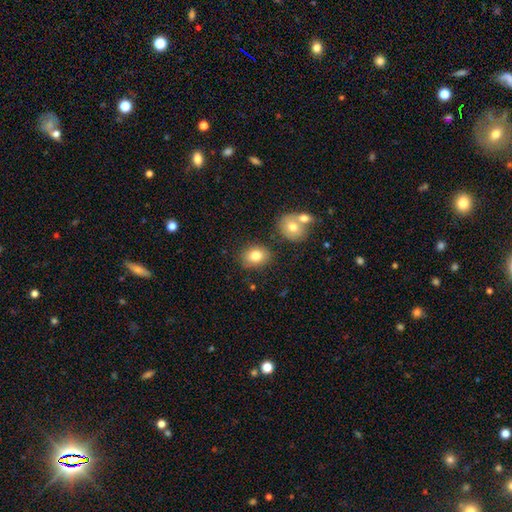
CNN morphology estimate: Smooth or featured? Predicted: smooth (p=0.80). How rounded? Predicted: in between (p=0.52). Merging? Predicted: none (p=0.76).